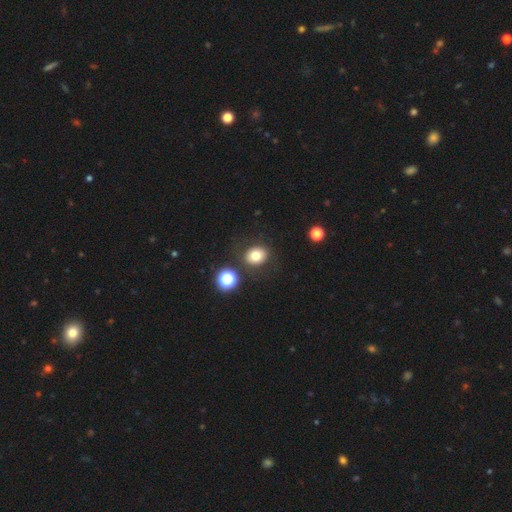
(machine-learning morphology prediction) This is likely a smooth galaxy (77%). How rounded: likely round (64%). Merging: clearly none (81%).